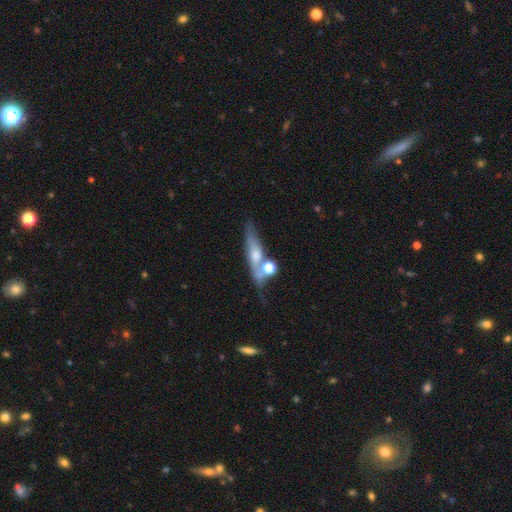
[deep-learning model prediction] Morphology: type=featured or disk (53%); edge-on=yes (72%); merging=none (56%).